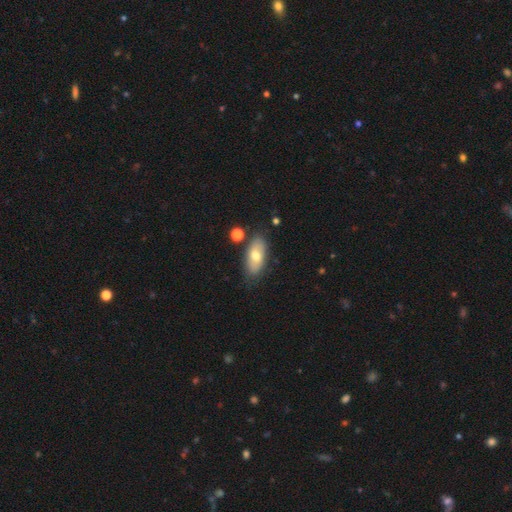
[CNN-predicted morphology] smooth-or-featured: smooth: 67% | featured or disk: 26% | star or artifact: 7%
  how-rounded: in between: 88% | cigar-shaped: 8% | round: 4%
  merging: none: 77% | minor disturbance: 15% | merger: 4% | major disturbance: 4%